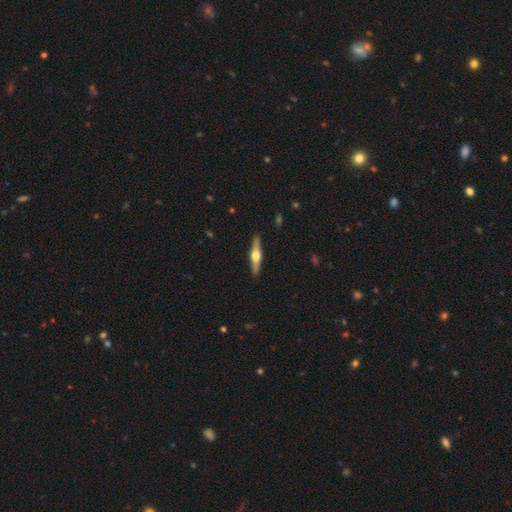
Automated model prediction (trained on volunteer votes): Smooth or featured? Predicted: featured or disk (p=0.70). Edge-on disk? Predicted: yes (p=0.97). Edge-on bulge? Predicted: rounded (p=0.95). Merging? Predicted: none (p=0.91).